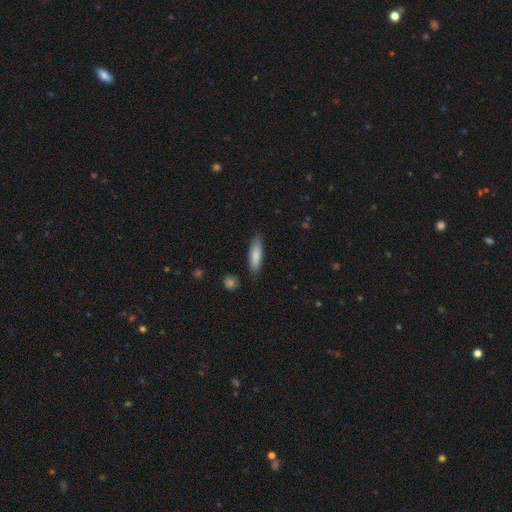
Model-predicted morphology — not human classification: The model was most divided on "how rounded": cigar-shaped: 61%, in between: 38%, round: 2%. More confident: merging — none (85%); smooth or featured — smooth (82%).